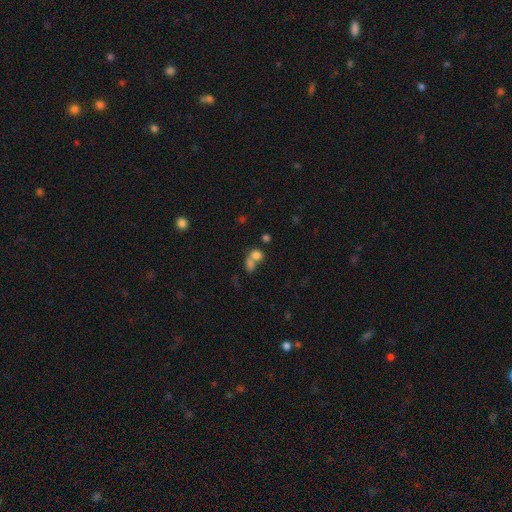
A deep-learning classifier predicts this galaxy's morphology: The model was most divided on "how rounded": round: 57%, in between: 41%, cigar-shaped: 2%. More confident: smooth or featured — smooth (73%); merging — merger (60%).